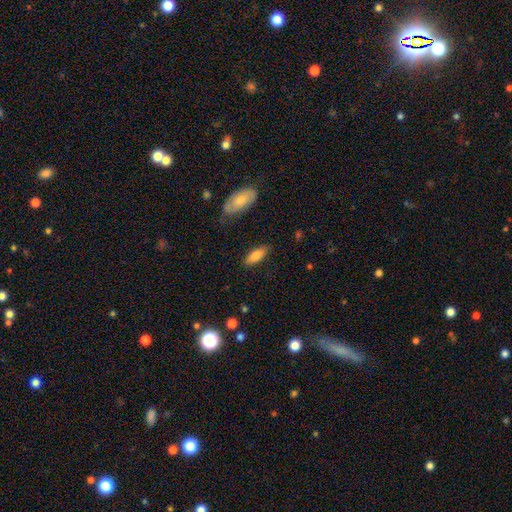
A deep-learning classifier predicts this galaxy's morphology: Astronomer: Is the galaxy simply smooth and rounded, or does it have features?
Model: smooth — 82%.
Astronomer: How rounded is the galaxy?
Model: in between — 73%.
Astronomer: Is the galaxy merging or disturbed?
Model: none — 82%.